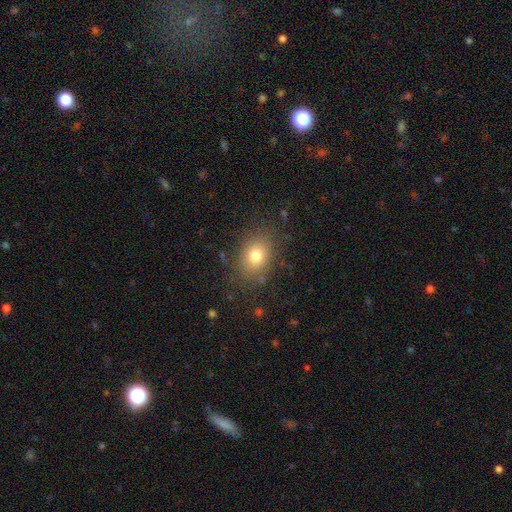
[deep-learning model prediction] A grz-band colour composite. It shows a smooth galaxy with no disk features (75%) that is in between round and cigar-shaped (50%). Merging: none (82%).